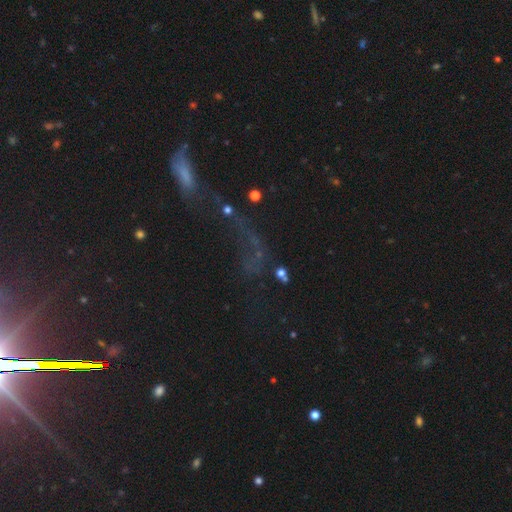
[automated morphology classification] Smooth or featured: star or artifact — 61% (featured or disk — 23%)